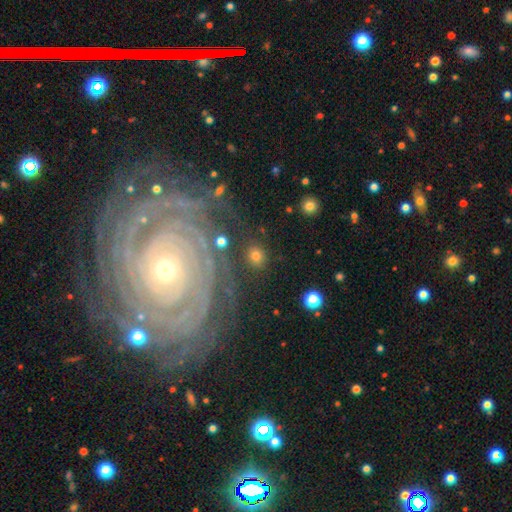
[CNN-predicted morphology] Smooth or featured? Predicted: smooth (p=0.69). How rounded? Predicted: round (p=0.80). Merging? Predicted: none (p=0.85).